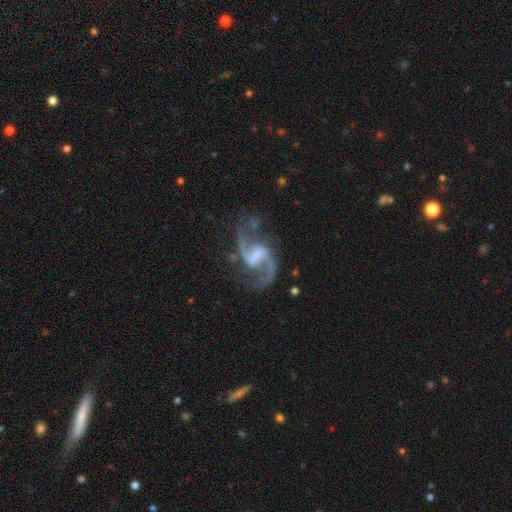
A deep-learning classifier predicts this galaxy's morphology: type=featured or disk (92%); edge-on=no (98%); bar=weak (55%); spiral arms=yes (98%); winding=loose (63%); arm count=2 (94%); bulge=none (45%); merging=none (68%).